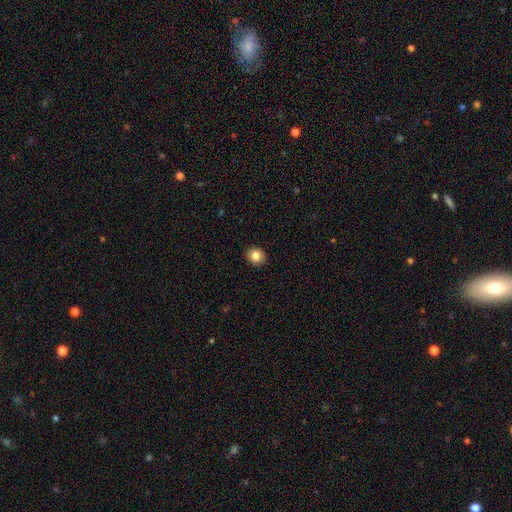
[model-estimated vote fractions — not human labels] Smooth or featured: smooth — 83% (star or artifact — 10%)
How rounded: round — 72% (in between — 27%)
Merging: none — 91% (minor disturbance — 6%)